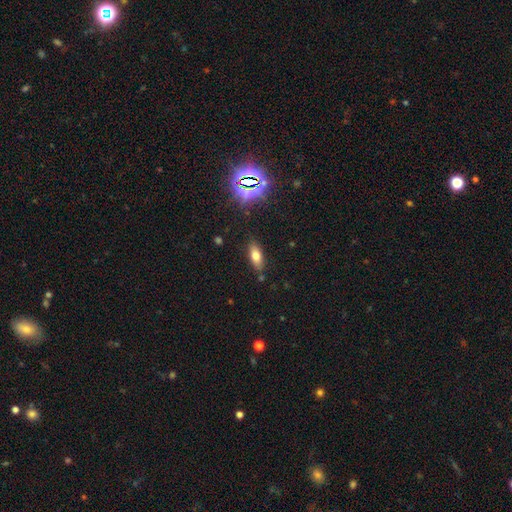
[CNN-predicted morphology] This is likely a smooth galaxy (70%). How rounded: likely in between (77%). Merging: clearly none (82%).